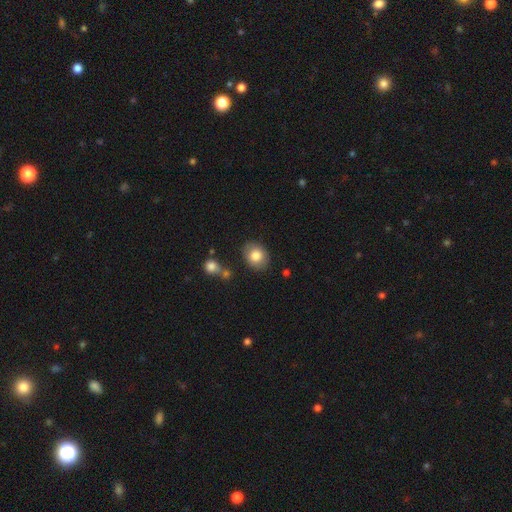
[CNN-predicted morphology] type=smooth (82%); roundness=round (52%); merging=none (82%).